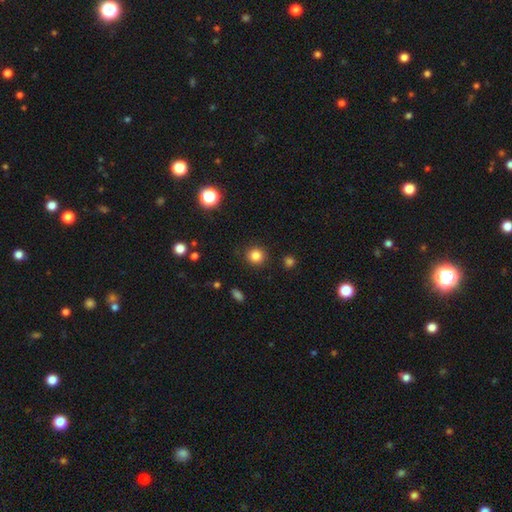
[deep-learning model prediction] Smooth or featured? smooth (83%)
How rounded? round (90%)
Merging? none (88%)